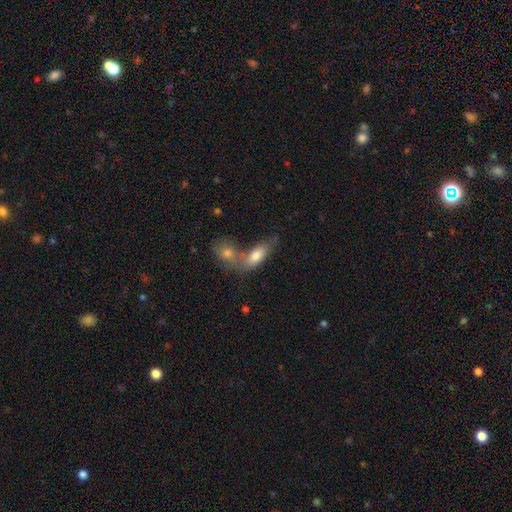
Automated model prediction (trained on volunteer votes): A smooth galaxy with no disk features (78%) that is in between round and cigar-shaped (80%).

Vote fractions:
- Smooth or featured? smooth: 78% / featured or disk: 15% / star or artifact: 7%
- How rounded? in between: 80% / cigar-shaped: 16% / round: 4%
- Merging? merger: 53% / none: 31% / minor disturbance: 11% / major disturbance: 5%